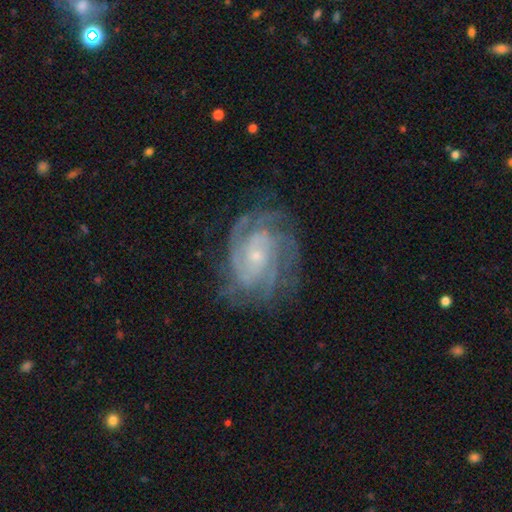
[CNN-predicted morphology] smooth-or-featured: featured or disk: 88% | smooth: 6% | star or artifact: 6%
  disk-edge-on: no: 97% | yes: 3%
    bar: no: 69% | weak: 25% | strong: 6%
    has-spiral-arms: yes: 97% | no: 3%
      spiral-winding: tight: 63% | medium: 31% | loose: 6%
      spiral-arm-count: can't tell: 26% | 3: 23% | 4: 20% | 2: 17% | more than 4: 7% | 1: 6%
    bulge-size: small: 74% | moderate: 21% | none: 3% | large: 2% | dominant: 1%
  merging: none: 72% | minor disturbance: 18% | major disturbance: 9% | merger: 1%